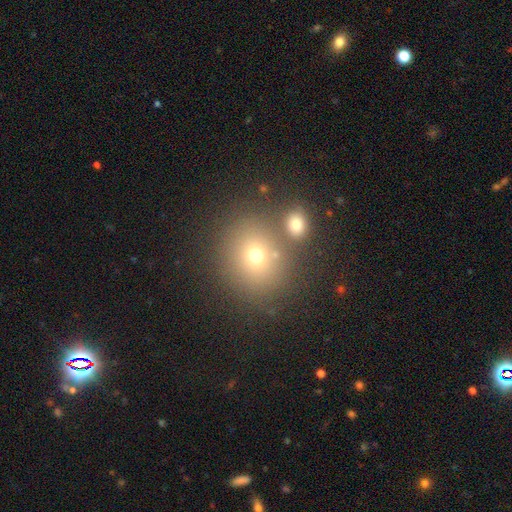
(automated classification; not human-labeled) smooth-or-featured: smooth: 67% | star or artifact: 20% | featured or disk: 14%
  how-rounded: round: 75% | in between: 24% | cigar-shaped: 1%
  merging: none: 68% | merger: 19% | minor disturbance: 9% | major disturbance: 4%